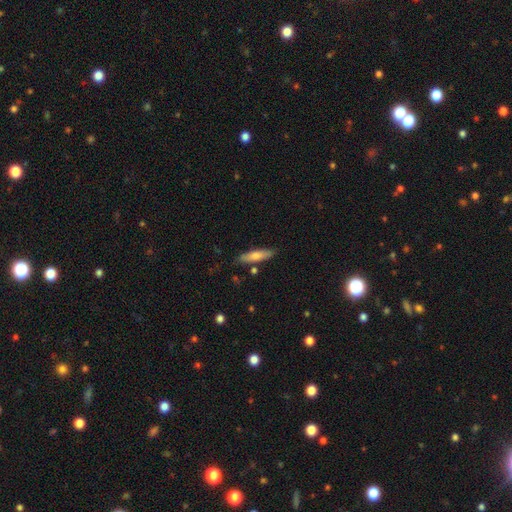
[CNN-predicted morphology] A smooth galaxy with no disk features (68%) that is cigar-shaped (74%).

Vote fractions:
- Smooth or featured? smooth: 68% / featured or disk: 26% / star or artifact: 6%
- How rounded? cigar-shaped: 74% / in between: 24% / round: 2%
- Merging? none: 82% / minor disturbance: 12% / merger: 4% / major disturbance: 2%